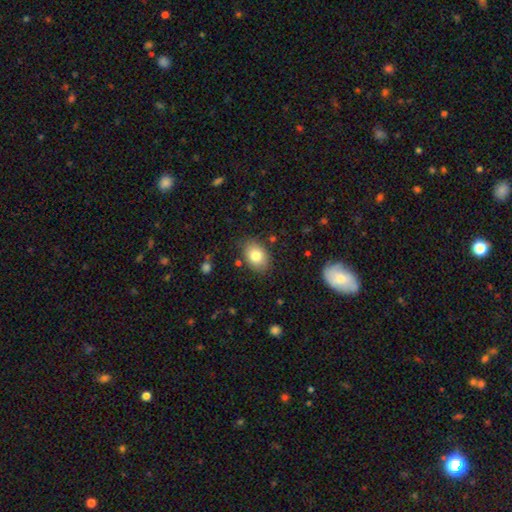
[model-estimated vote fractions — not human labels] smooth 81%, featured or disk 11%, star or artifact 8%. Down the decision tree: how rounded — in between (78%); merging — none (83%).